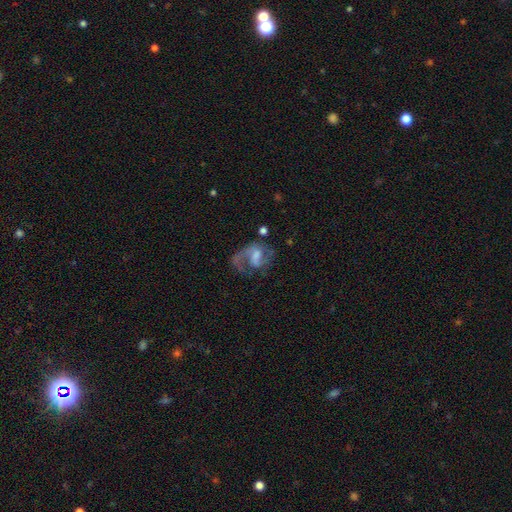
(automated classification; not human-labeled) This appears to be a featured or disk galaxy (76%) with a weak bar (51%), 2 (55%) medium (48%) spiral arms (88%) and a moderate central bulge (35%). Merging: none (44%).